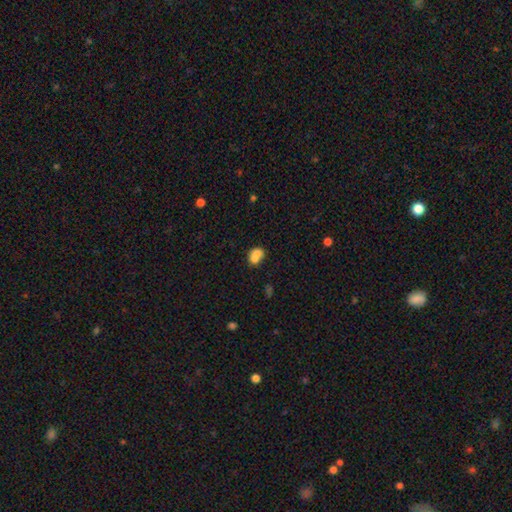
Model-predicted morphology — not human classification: smooth-or-featured: smooth: 72% | featured or disk: 18% | star or artifact: 10%
  how-rounded: round: 52% | in between: 47% | cigar-shaped: 1%
  merging: merger: 61% | none: 26% | minor disturbance: 9% | major disturbance: 4%